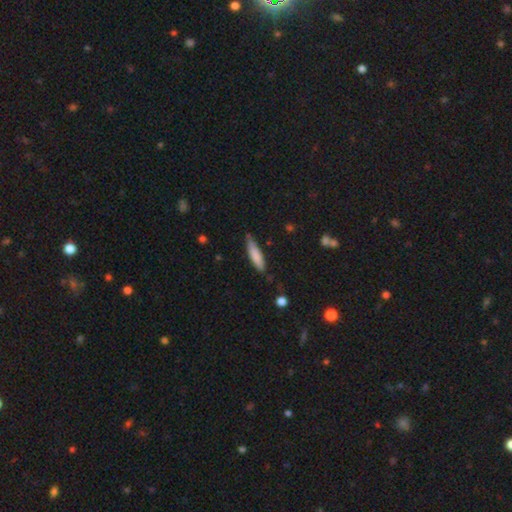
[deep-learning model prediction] Overall: smooth (79%). How rounded: cigar-shaped (73%). Merging: none (72%).